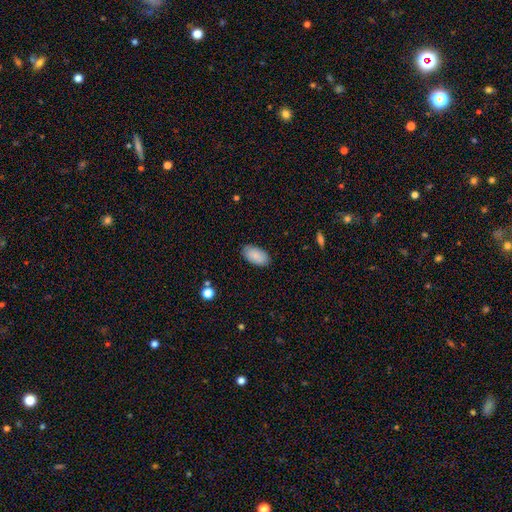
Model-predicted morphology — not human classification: A smooth galaxy with no disk features (88%) that is in between round and cigar-shaped (95%). Merging: none (86%).